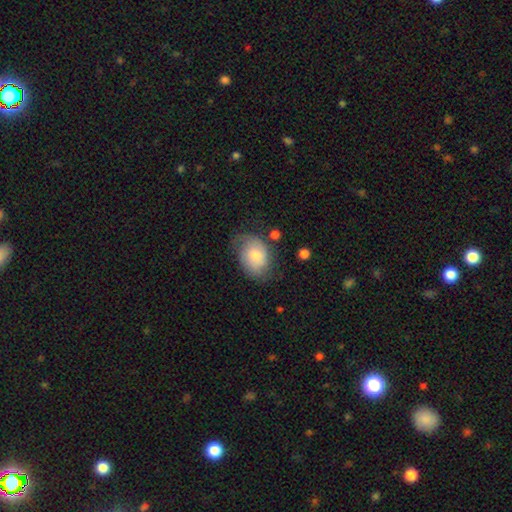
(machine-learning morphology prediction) Overall: smooth (64%; featured or disk 29%). How rounded: in between (73%). Merging: none (55%; minor disturbance 29%).